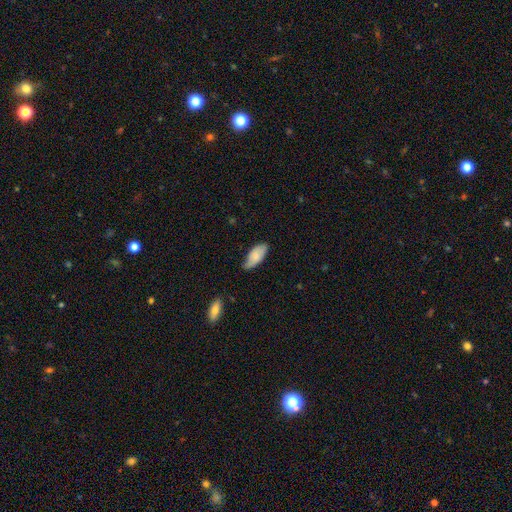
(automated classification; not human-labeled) Overall: smooth (75%). How rounded: in between (89%). Merging: none (63%; minor disturbance 30%).